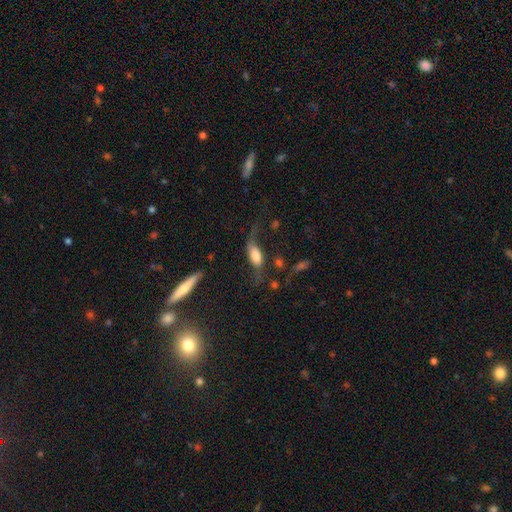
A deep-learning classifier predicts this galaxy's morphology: Overall: smooth (48%; featured or disk 43%). Merging: none (38%; major disturbance 34%).